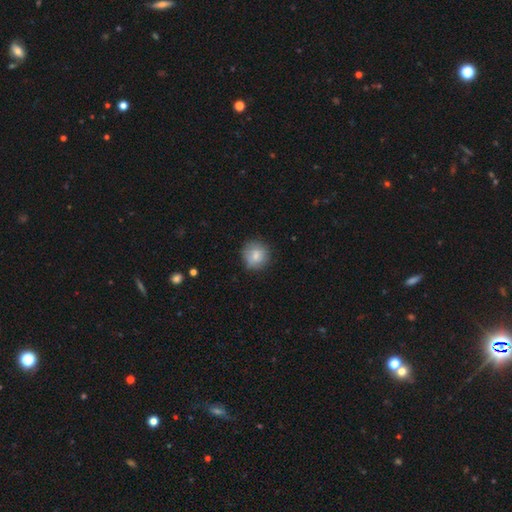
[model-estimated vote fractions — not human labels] Smooth or featured? smooth (82%)
How rounded? round (91%)
Merging? none (80%)